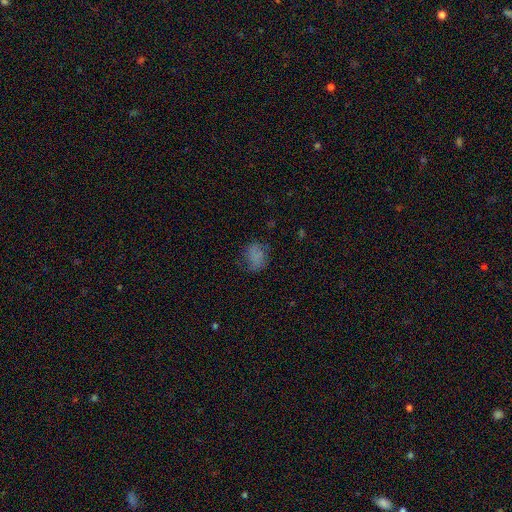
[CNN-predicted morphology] type=smooth (68%); roundness=round (51%); merging=none (60%).